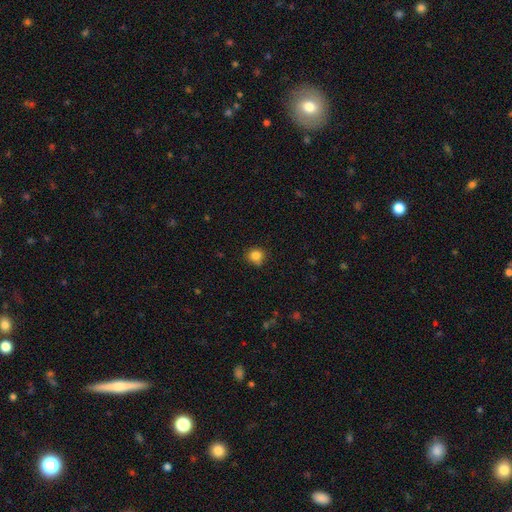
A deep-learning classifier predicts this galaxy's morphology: Q: Smooth or featured?
A: smooth (83%); runner-up: star or artifact (12%)
Q: How rounded?
A: round (88%); runner-up: in between (11%)
Q: Merging?
A: none (79%); runner-up: minor disturbance (16%)